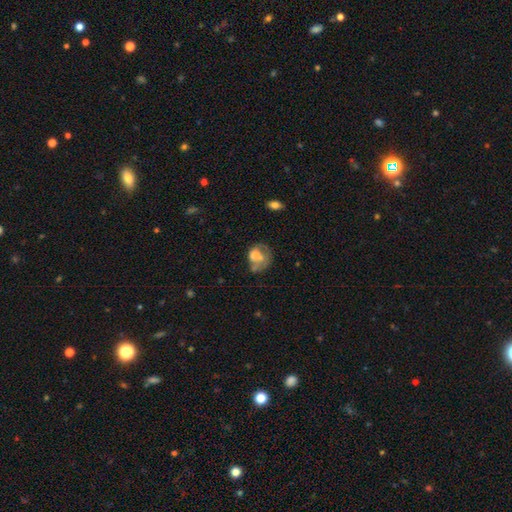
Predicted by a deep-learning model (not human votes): smooth-or-featured: smooth: 53% | featured or disk: 36% | star or artifact: 10%
  how-rounded: in between: 54% | round: 45% | cigar-shaped: 1%
  merging: none: 27% (tied) | major disturbance: 27% (tied) | merger: 25% | minor disturbance: 21%